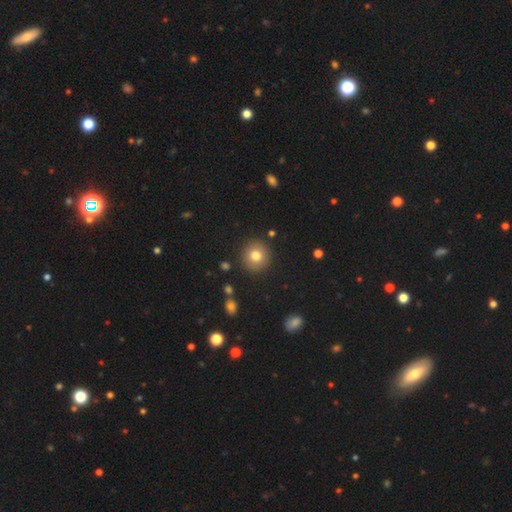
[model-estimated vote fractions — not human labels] Overall: smooth (77%). How rounded: round (93%). Merging: none (89%).